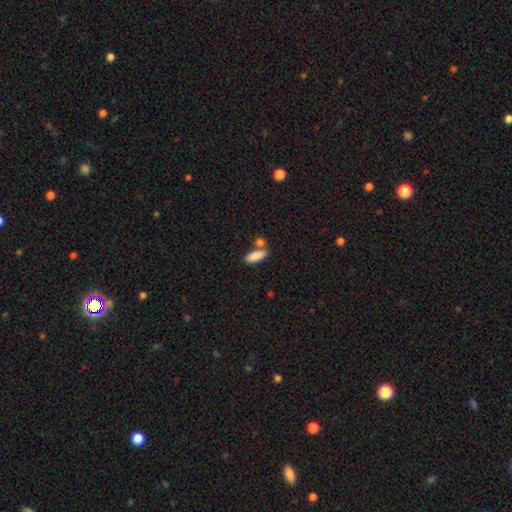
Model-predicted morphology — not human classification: smooth-or-featured: smooth: 87% | star or artifact: 7% | featured or disk: 6%
  how-rounded: in between: 76% | cigar-shaped: 21% | round: 3%
  merging: none: 53% | merger: 31% | minor disturbance: 12% | major disturbance: 4%